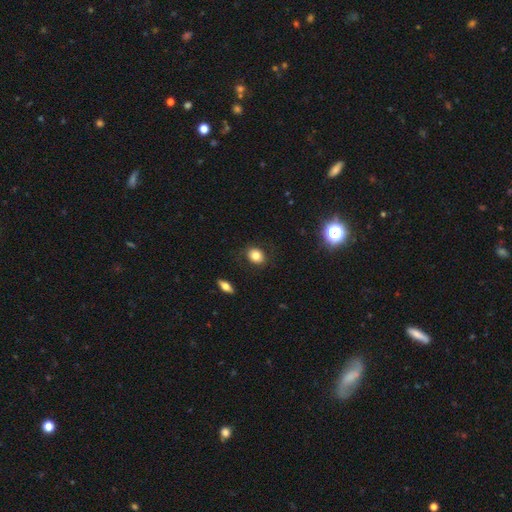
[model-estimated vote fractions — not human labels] Q: Smooth or featured?
A: smooth (79%); runner-up: featured or disk (11%)
Q: How rounded?
A: in between (55%); runner-up: round (44%)
Q: Merging?
A: none (83%); runner-up: minor disturbance (12%)